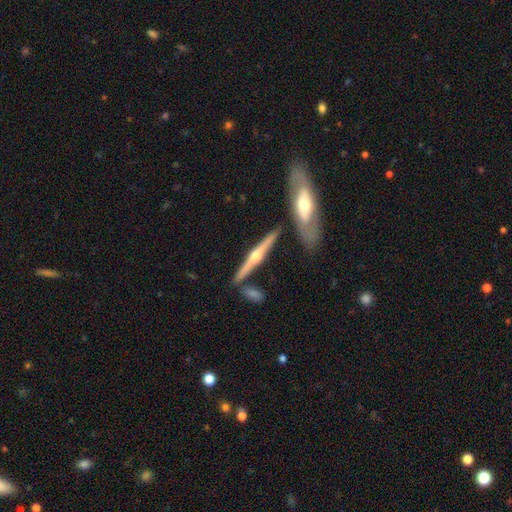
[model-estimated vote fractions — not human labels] featured or disk 77%, smooth 18%, star or artifact 5%. Down the decision tree: edge-on disk — yes (97%); edge-on bulge — rounded (94%); merging — none (81%).